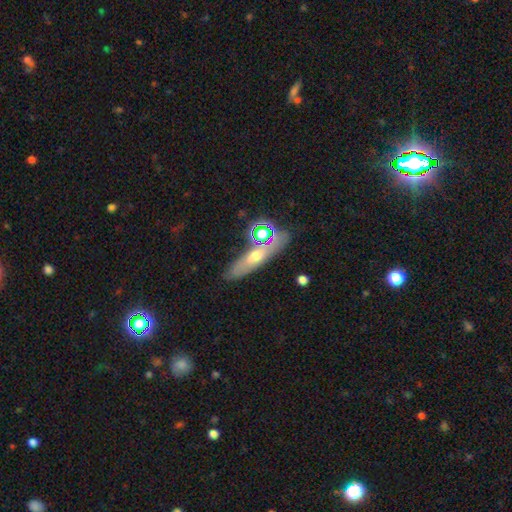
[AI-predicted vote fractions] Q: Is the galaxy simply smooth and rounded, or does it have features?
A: smooth — 46%.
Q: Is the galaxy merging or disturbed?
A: none — 75%.